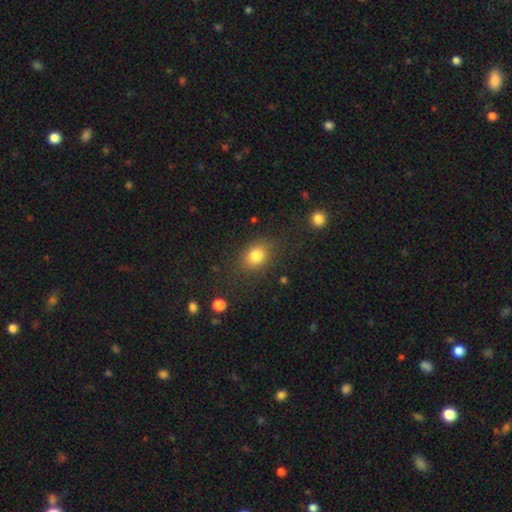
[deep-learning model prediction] A smooth galaxy with no disk features (82%) that is in between round and cigar-shaped (59%).

Vote fractions:
- Smooth or featured? smooth: 82% / star or artifact: 10% / featured or disk: 7%
- How rounded? in between: 59% / round: 40% / cigar-shaped: 1%
- Merging? none: 80% / minor disturbance: 13% / major disturbance: 5% / merger: 2%